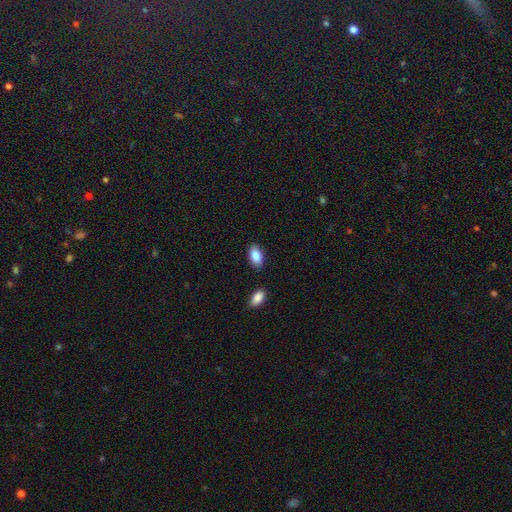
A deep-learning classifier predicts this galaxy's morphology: This appears to be a smooth galaxy with no disk features (88%) that is in between round and cigar-shaped (93%). Merging: none (83%).